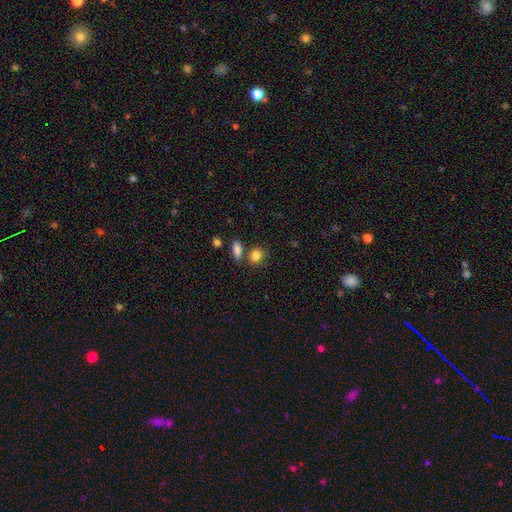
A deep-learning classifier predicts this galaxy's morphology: This is clearly a smooth galaxy (84%). How rounded: possibly round (53%). Merging: likely none (65%).